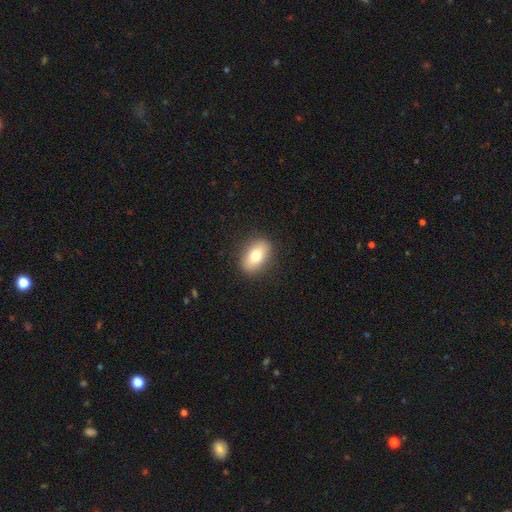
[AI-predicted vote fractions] A smooth galaxy with no disk features (77%) that is in between round and cigar-shaped (85%).

Vote fractions:
- Smooth or featured? smooth: 77% / featured or disk: 16% / star or artifact: 8%
- How rounded? in between: 85% / round: 12% / cigar-shaped: 3%
- Merging? none: 88% / minor disturbance: 9% / major disturbance: 2% / merger: 1%